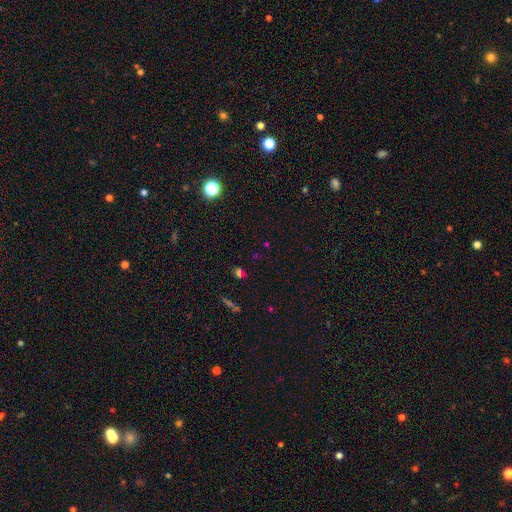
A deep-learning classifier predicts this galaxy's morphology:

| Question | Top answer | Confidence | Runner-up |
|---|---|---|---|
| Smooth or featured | smooth | 50% | star or artifact (42%) |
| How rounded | round | 53% | in between (43%) |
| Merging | none | 80% | minor disturbance (11%) |